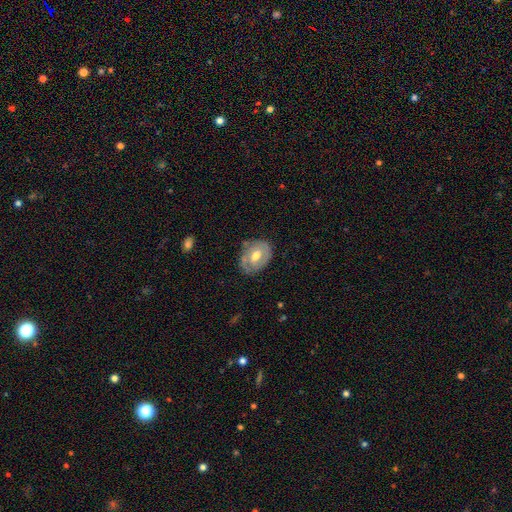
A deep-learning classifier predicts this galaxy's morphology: A featured or disk galaxy (57%) with no bar (55%), no spiral arms (54%) and a moderate central bulge (76%).

Vote fractions:
- Smooth or featured? featured or disk: 57% / smooth: 38% / star or artifact: 6%
- Edge-on disk? no: 94% / yes: 6%
- Bar? no: 55% / weak: 35% / strong: 9%
- Spiral arms? no: 54% / yes: 46%
- Bulge size? moderate: 76% / small: 12% / large: 11% / none: 1% / dominant: 1%
- Merging? none: 70% / minor disturbance: 22% / major disturbance: 6% / merger: 2%